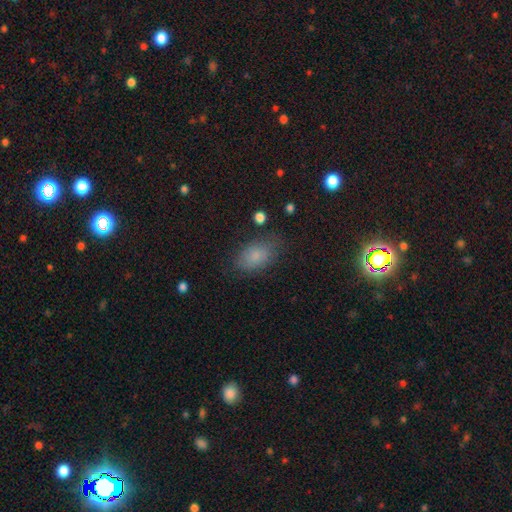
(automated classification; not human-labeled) This appears to be a smooth galaxy with no disk features (80%) that is in between round and cigar-shaped (89%). Merging: none (74%).